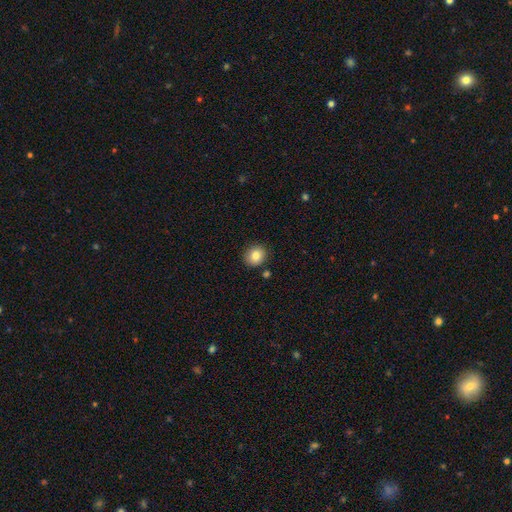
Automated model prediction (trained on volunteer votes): This appears to be a smooth galaxy with no disk features (83%) that is round (83%). Merging: none (86%).